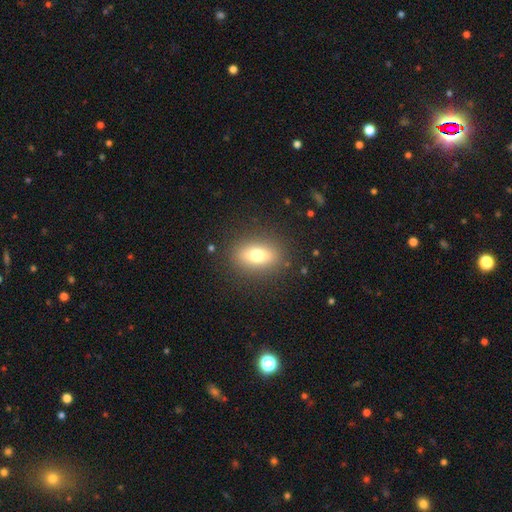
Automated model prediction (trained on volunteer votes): Morphology: type=smooth (66%); roundness=in between (74%); merging=none (89%).